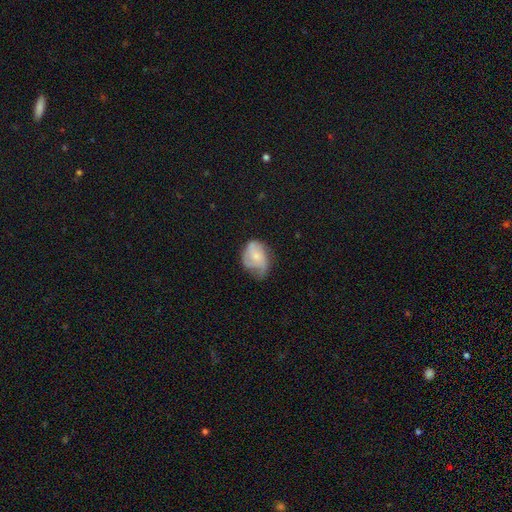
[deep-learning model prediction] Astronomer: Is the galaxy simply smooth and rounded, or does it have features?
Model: featured or disk — 53% (runner-up: smooth, 40%).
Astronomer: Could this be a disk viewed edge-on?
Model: no — 97%.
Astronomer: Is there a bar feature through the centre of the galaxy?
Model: no — 73%.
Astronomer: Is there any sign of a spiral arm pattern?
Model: yes — 80%.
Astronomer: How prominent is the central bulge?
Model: small — 53% (runner-up: moderate, 33%).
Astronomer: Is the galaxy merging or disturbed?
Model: none — 43% (runner-up: minor disturbance, 35%).